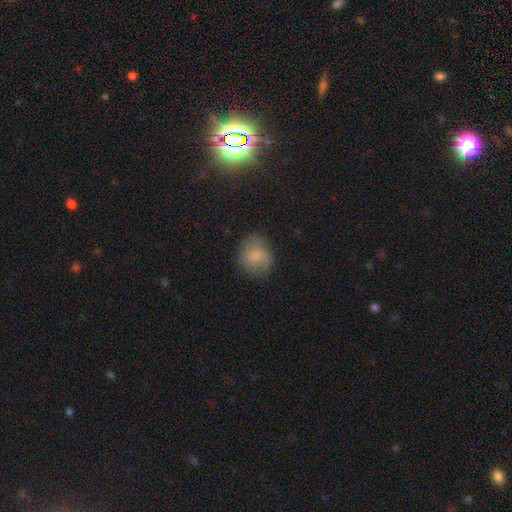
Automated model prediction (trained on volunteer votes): A smooth galaxy with no disk features (68%) that is round (73%).

Vote fractions:
- Smooth or featured? smooth: 68% / featured or disk: 23% / star or artifact: 9%
- How rounded? round: 73% / in between: 26% / cigar-shaped: 1%
- Merging? none: 68% / minor disturbance: 22% / major disturbance: 9% / merger: 2%